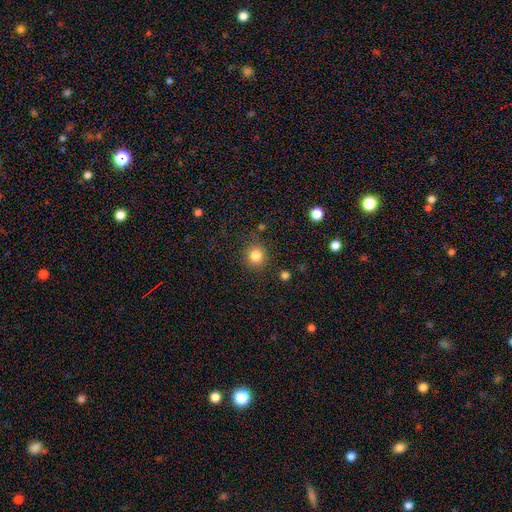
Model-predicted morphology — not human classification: Q: Smooth or featured?
A: smooth (83%); runner-up: star or artifact (12%)
Q: How rounded?
A: round (89%); runner-up: in between (10%)
Q: Merging?
A: none (85%); runner-up: minor disturbance (9%)